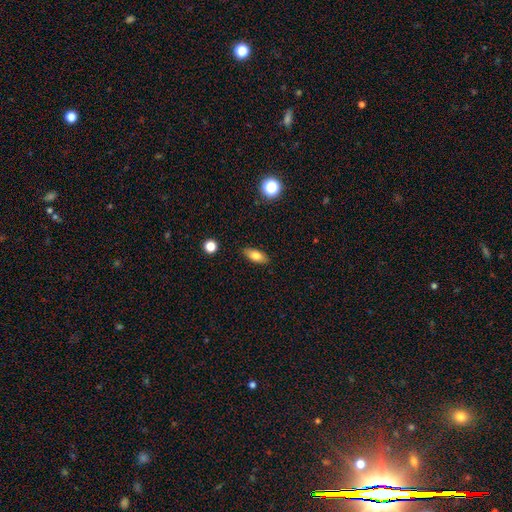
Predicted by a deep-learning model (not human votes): Smooth or featured?
  - smooth: 78% *
  - featured or disk: 14%
  - star or artifact: 9%
How rounded?
  - in between: 81% *
  - cigar-shaped: 15%
  - round: 4%
Merging?
  - none: 88% *
  - minor disturbance: 9%
  - major disturbance: 2%
  - merger: 1%